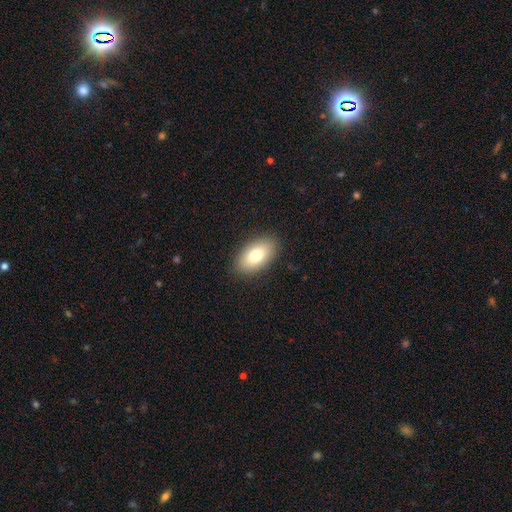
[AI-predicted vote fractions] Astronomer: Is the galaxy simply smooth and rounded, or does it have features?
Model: smooth — 78%.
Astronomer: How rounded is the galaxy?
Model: in between — 93%.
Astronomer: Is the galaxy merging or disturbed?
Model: none — 88%.